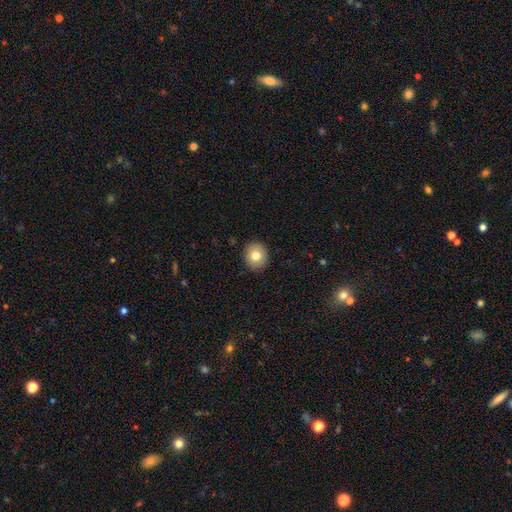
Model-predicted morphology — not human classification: This appears to be a smooth galaxy with no disk features (79%) that is round (81%). Merging: none (91%).